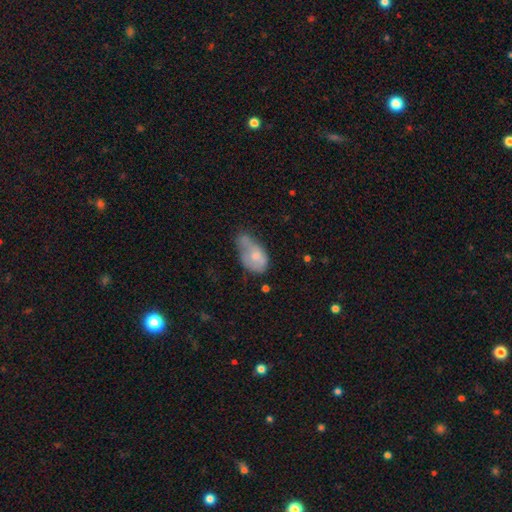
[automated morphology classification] smooth 63%, featured or disk 29%, star or artifact 8%. Down the decision tree: how rounded — in between (89%); merging — minor disturbance (36%).